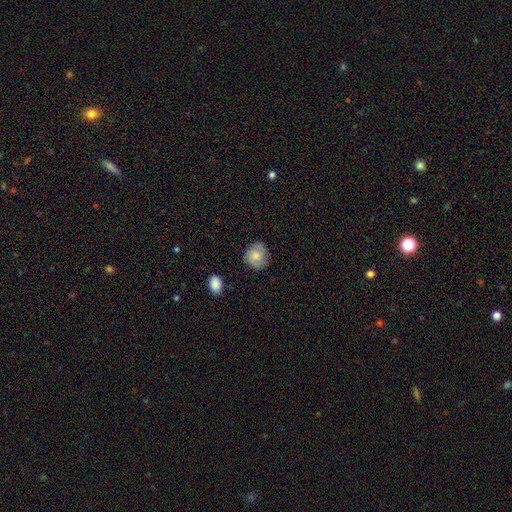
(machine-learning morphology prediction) Overall: smooth (62%; featured or disk 30%). How rounded: round (84%). Merging: none (79%).